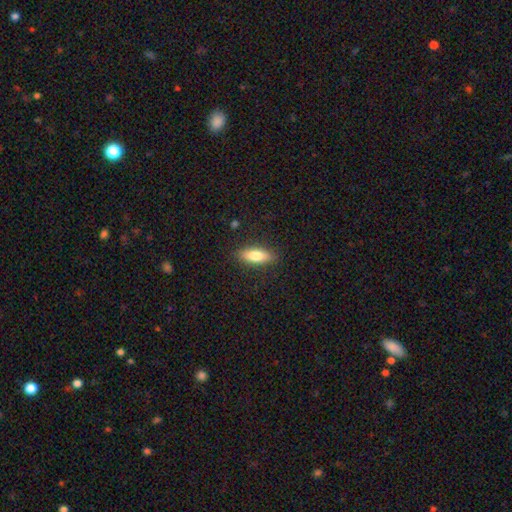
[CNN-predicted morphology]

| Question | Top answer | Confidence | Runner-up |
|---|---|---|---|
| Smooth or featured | smooth | 76% | featured or disk (17%) |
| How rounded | in between | 69% | cigar-shaped (29%) |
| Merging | none | 87% | minor disturbance (10%) |